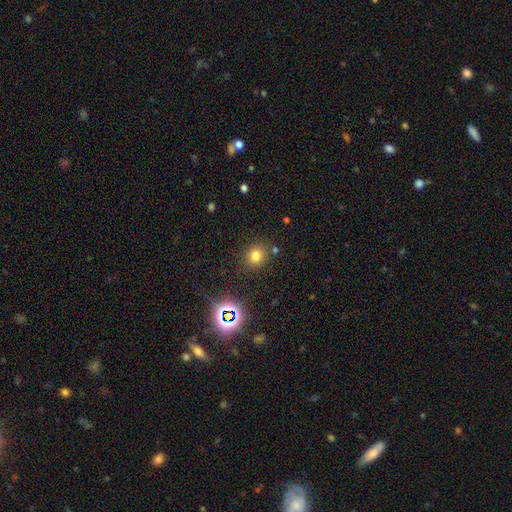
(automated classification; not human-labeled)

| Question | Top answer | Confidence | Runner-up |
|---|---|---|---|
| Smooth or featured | smooth | 73% | star or artifact (19%) |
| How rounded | round | 78% | in between (21%) |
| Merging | none | 81% | minor disturbance (10%) |